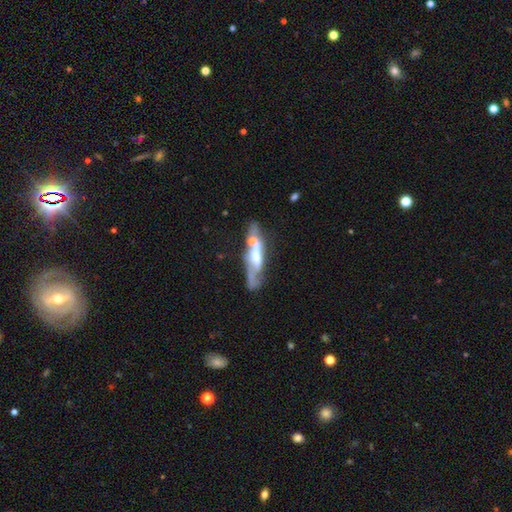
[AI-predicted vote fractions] Smooth or featured? featured or disk (62%)
Edge-on disk? no (52%)
Merging? none (33%)